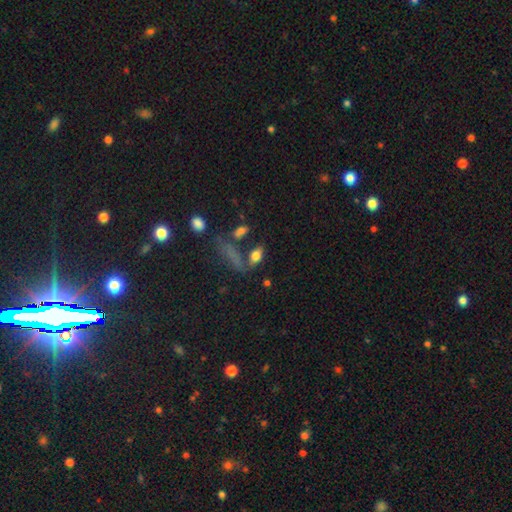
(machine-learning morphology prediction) smooth-or-featured: smooth: 70% | featured or disk: 20% | star or artifact: 10%
  how-rounded: in between: 76% | cigar-shaped: 15% | round: 8%
  merging: none: 53% | merger: 19% | minor disturbance: 17% | major disturbance: 11%